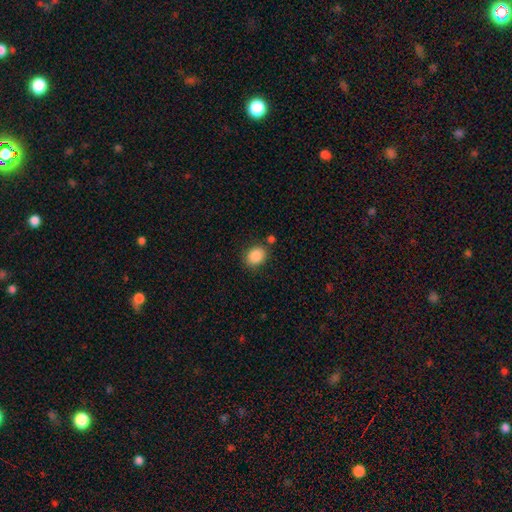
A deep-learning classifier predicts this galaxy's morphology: type=smooth (88%); roundness=in between (54%); merging=none (79%).